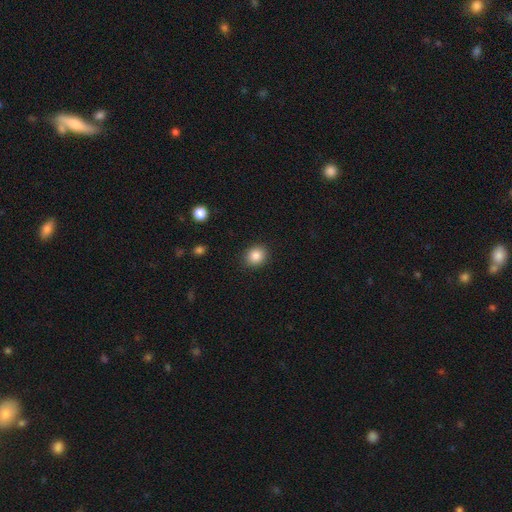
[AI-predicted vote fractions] The model was most divided on "how rounded": round: 73%, in between: 26%, cigar-shaped: 1%. More confident: merging — none (89%); smooth or featured — smooth (86%).